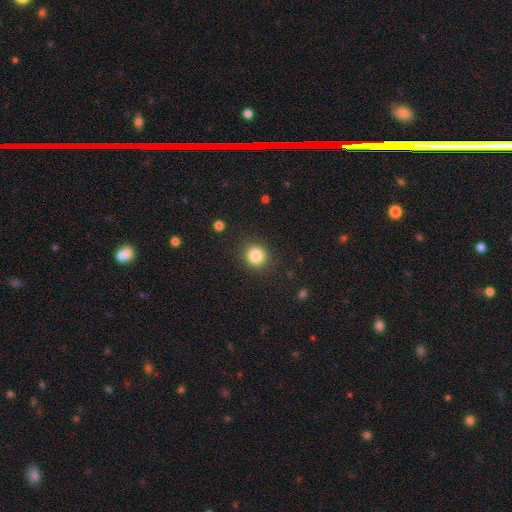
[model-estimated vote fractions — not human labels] smooth 84%, star or artifact 11%, featured or disk 6%. Down the decision tree: how rounded — round (91%); merging — none (90%).